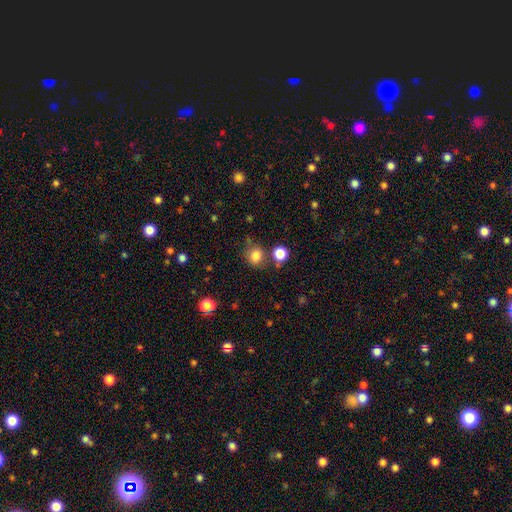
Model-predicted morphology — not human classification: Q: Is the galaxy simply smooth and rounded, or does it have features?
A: smooth — 82%.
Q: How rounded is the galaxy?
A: round — 76%.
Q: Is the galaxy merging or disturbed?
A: none — 70%.